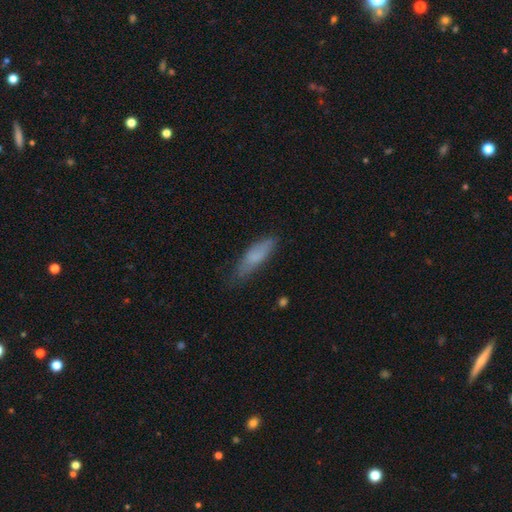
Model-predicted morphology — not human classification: Q: Smooth or featured?
A: smooth (75%); runner-up: featured or disk (17%)
Q: How rounded?
A: cigar-shaped (59%); runner-up: in between (39%)
Q: Merging?
A: none (64%); runner-up: minor disturbance (27%)